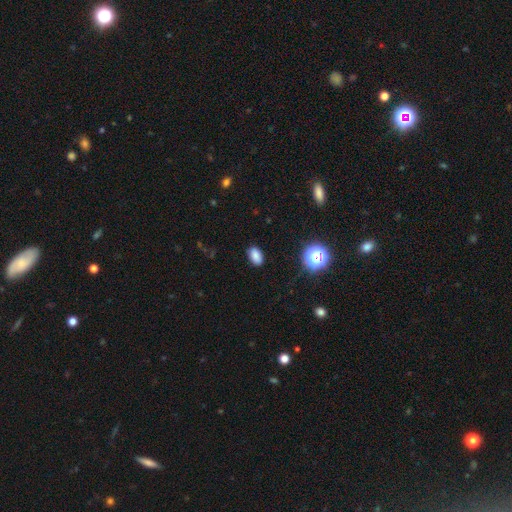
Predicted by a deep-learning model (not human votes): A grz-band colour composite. It shows a smooth galaxy with no disk features (83%) that is in between round and cigar-shaped (88%). Merging: none (87%).